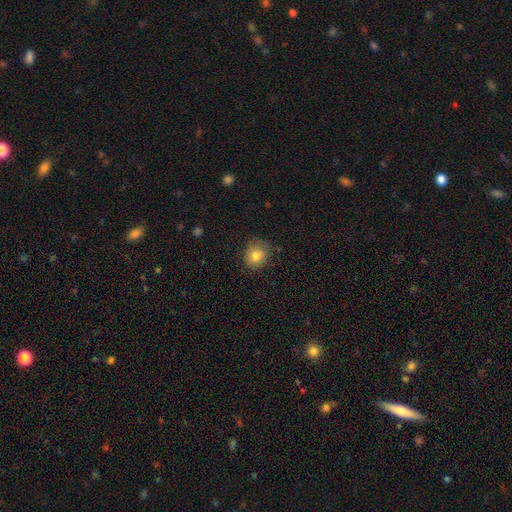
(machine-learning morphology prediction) smooth_or_featured: smooth (p=0.81) [alt: star or artifact p=0.10]
how_rounded: round (p=0.79) [alt: in between p=0.20]
merging: none (p=0.73) [alt: minor disturbance p=0.21]